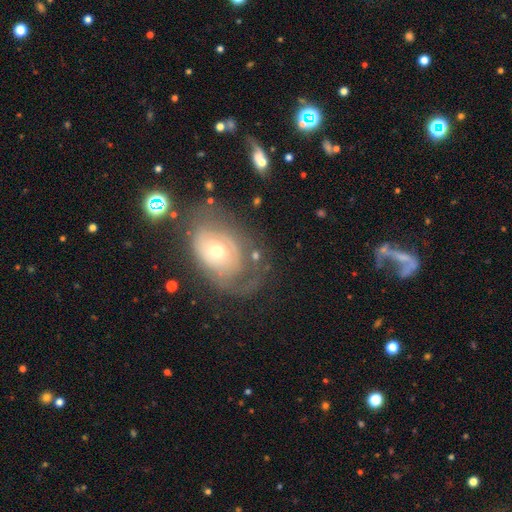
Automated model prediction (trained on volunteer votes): The model was most divided on "bulge size": moderate: 54%, small: 39%, large: 4%, dominant: 1%, none: 1%. Remaining: edge-on disk — no (94%); bar — no (82%); smooth or featured — featured or disk (62%); spiral arms — yes (59%); merging — none (46%).